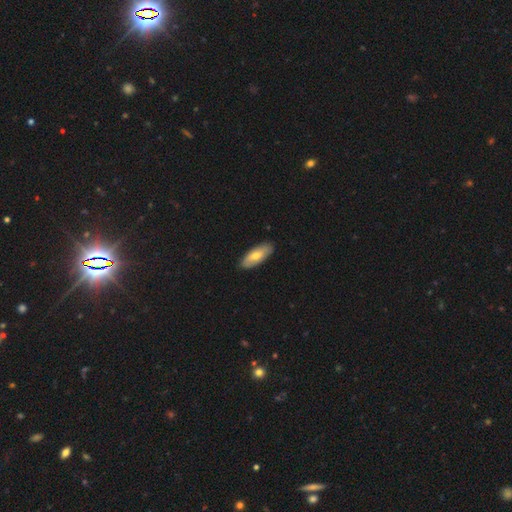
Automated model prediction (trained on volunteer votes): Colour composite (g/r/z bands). It shows a smooth galaxy with no disk features (65%) that is in between round and cigar-shaped (77%). Merging: none (88%).